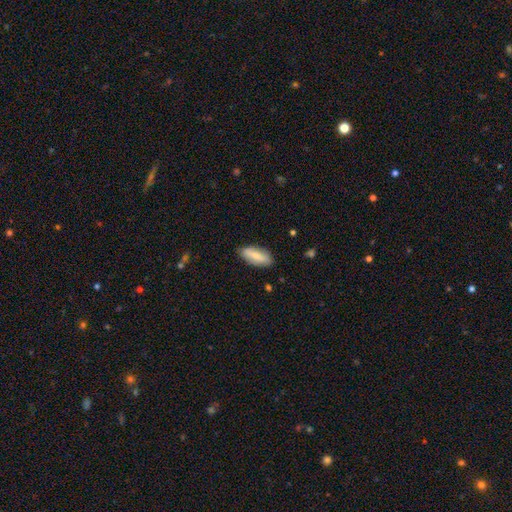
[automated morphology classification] Smooth or featured? smooth (68%)
How rounded? in between (78%)
Merging? none (84%)